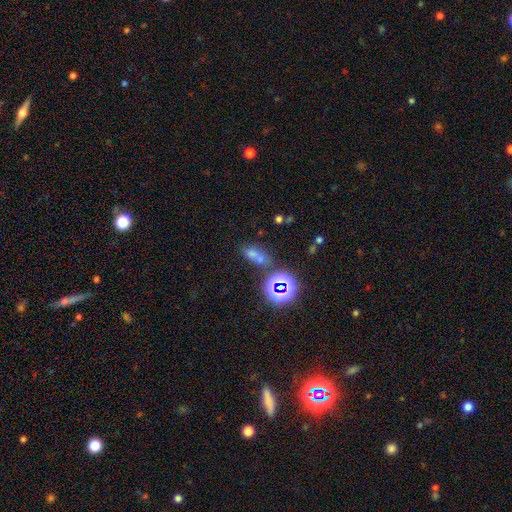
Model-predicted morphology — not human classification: Overall: smooth (56%; star or artifact 31%). How rounded: in between (63%; round 32%). Merging: none (41%; merger 40%).